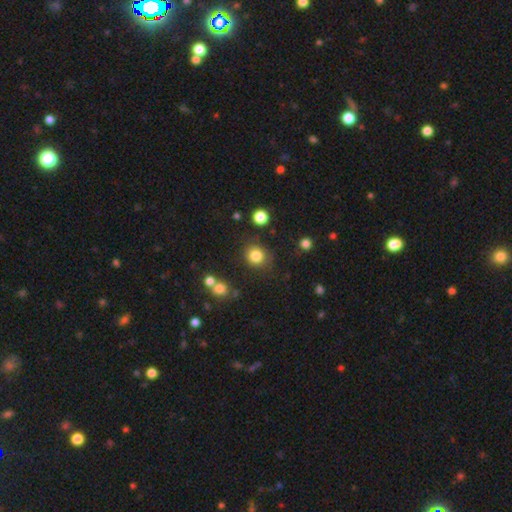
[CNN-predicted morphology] smooth_or_featured: smooth (p=0.83) [alt: star or artifact p=0.11]
how_rounded: round (p=0.83) [alt: in between p=0.16]
merging: none (p=0.80) [alt: minor disturbance p=0.11]